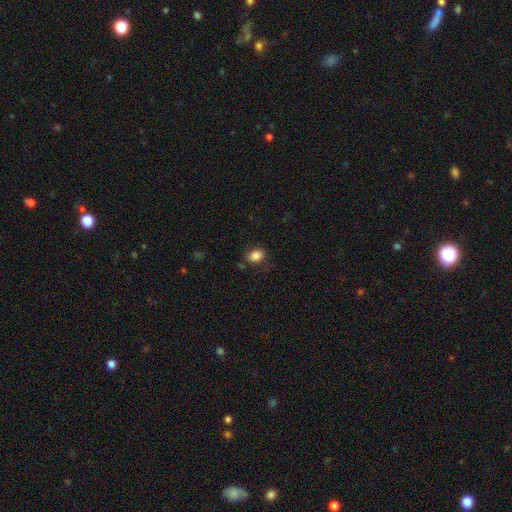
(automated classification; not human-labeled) Smooth or featured?
  - smooth: 85% *
  - star or artifact: 10%
  - featured or disk: 6%
How rounded?
  - in between: 72% *
  - round: 27%
  - cigar-shaped: 1%
Merging?
  - none: 76% *
  - minor disturbance: 16%
  - major disturbance: 5%
  - merger: 3%